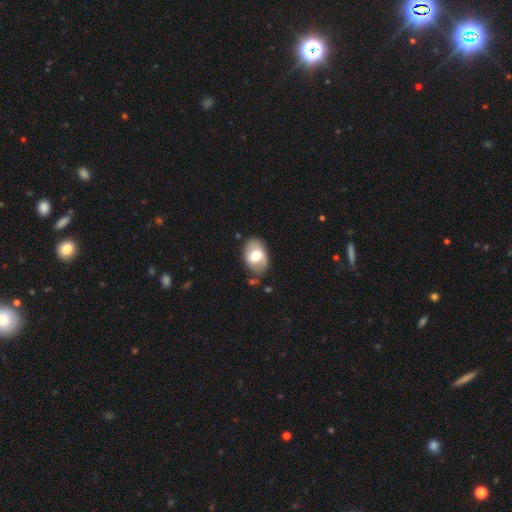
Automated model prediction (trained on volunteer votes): smooth-or-featured: smooth: 56% | featured or disk: 38% | star or artifact: 6%
  how-rounded: in between: 86% | round: 13% | cigar-shaped: 1%
  merging: none: 71% | minor disturbance: 19% | major disturbance: 6% | merger: 5%